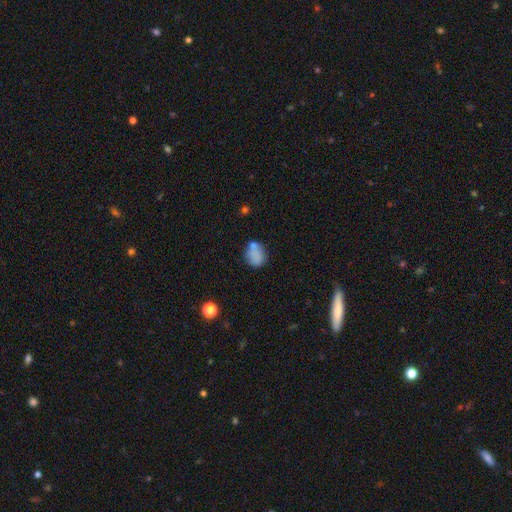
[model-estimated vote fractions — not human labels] Overall: smooth (78%). How rounded: round (54%; in between 44%). Merging: none (58%; minor disturbance 19%).